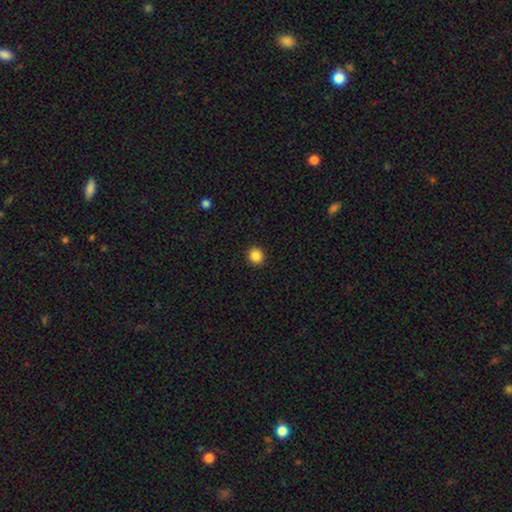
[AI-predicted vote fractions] A smooth galaxy with no disk features (87%) that is round (93%). Merging: none (93%).